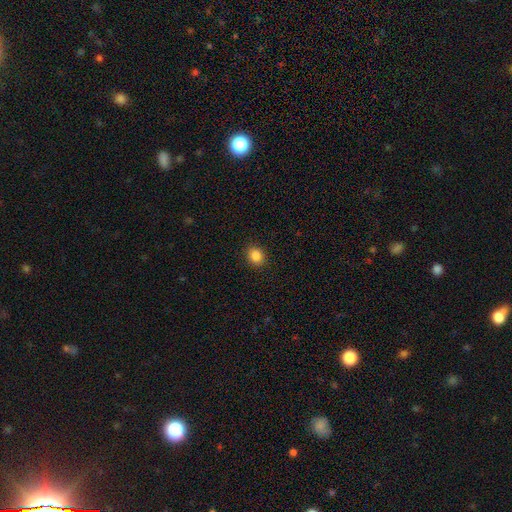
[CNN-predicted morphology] Overall: smooth (85%). How rounded: round (66%; in between 33%). Merging: none (91%).